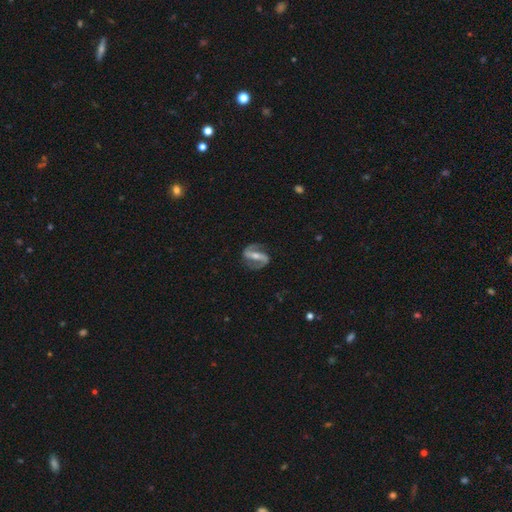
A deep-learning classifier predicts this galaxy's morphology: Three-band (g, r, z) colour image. It shows a featured or disk galaxy (88%) with a strong bar (70%), 2 (92%) medium (49%) spiral arms (94%) and a moderate central bulge (50%). Merging: none (82%).